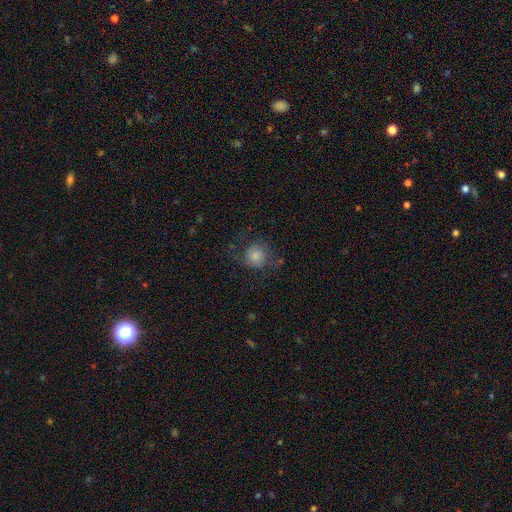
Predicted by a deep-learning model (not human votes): This is likely a smooth galaxy (76%). How rounded: clearly round (89%). Merging: likely none (61%).